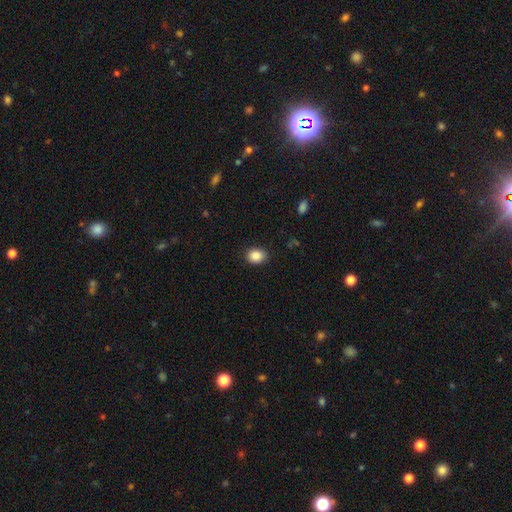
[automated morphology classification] Smooth or featured?
  - smooth: 87% *
  - star or artifact: 9%
  - featured or disk: 4%
How rounded?
  - in between: 55% *
  - round: 44%
  - cigar-shaped: 1%
Merging?
  - none: 88% *
  - minor disturbance: 8%
  - major disturbance: 2%
  - merger: 1%